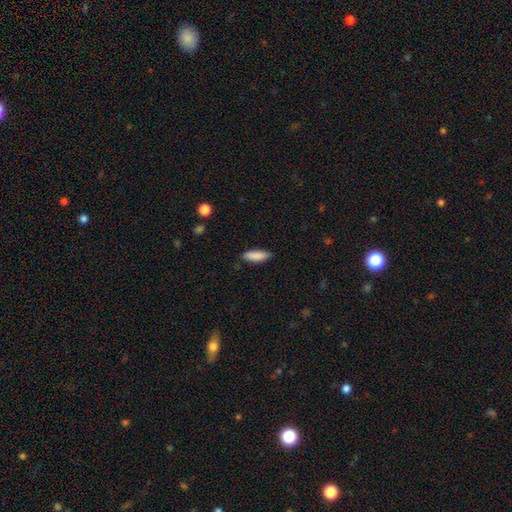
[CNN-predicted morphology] Smooth or featured?
  - smooth: 87% *
  - featured or disk: 7%
  - star or artifact: 6%
How rounded?
  - in between: 54% *
  - cigar-shaped: 45%
  - round: 2%
Merging?
  - none: 80% *
  - minor disturbance: 16%
  - major disturbance: 3%
  - merger: 1%